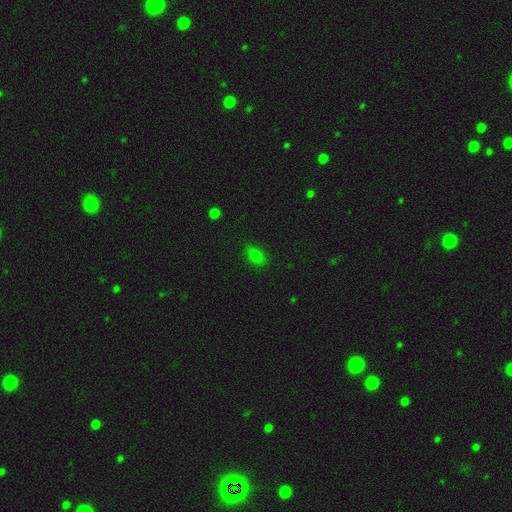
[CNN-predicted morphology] This appears to be a smooth galaxy with no disk features (77%) that is in between round and cigar-shaped (80%). Merging: none (80%).